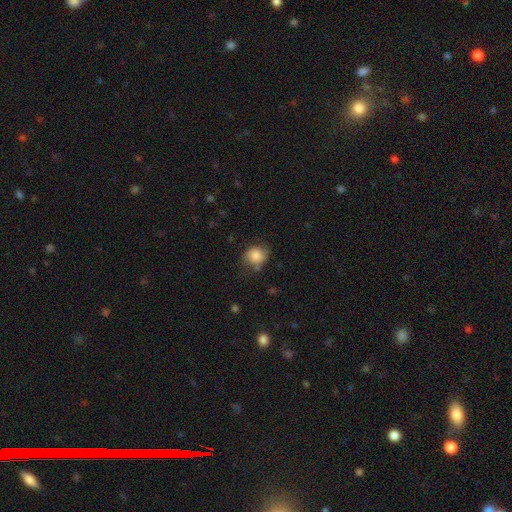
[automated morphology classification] Smooth or featured?
  - smooth: 79% *
  - featured or disk: 12%
  - star or artifact: 9%
How rounded?
  - round: 67% *
  - in between: 33%
  - cigar-shaped: 1%
Merging?
  - none: 61% *
  - minor disturbance: 28%
  - major disturbance: 9%
  - merger: 3%